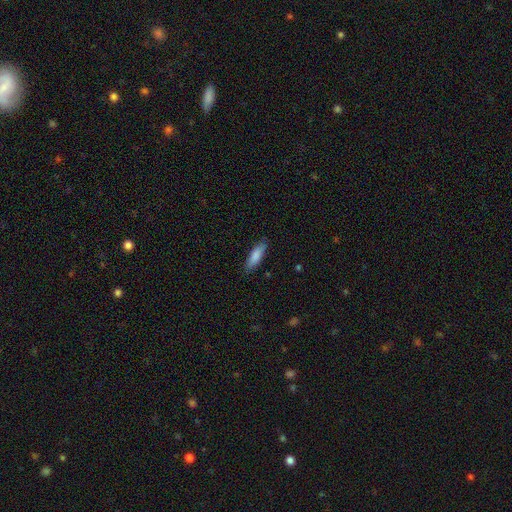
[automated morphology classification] The model was most divided on "how rounded": cigar-shaped: 54%, in between: 45%, round: 1%. More confident: merging — none (84%); smooth or featured — smooth (84%).